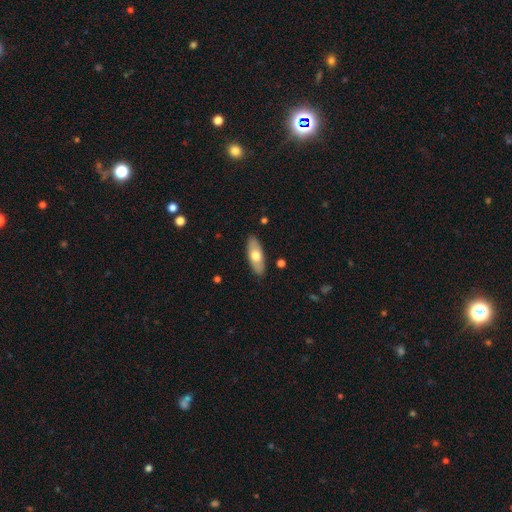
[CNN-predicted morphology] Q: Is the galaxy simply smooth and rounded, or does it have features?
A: smooth — 65%.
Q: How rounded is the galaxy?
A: in between — 77%.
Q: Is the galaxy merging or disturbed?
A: none — 88%.